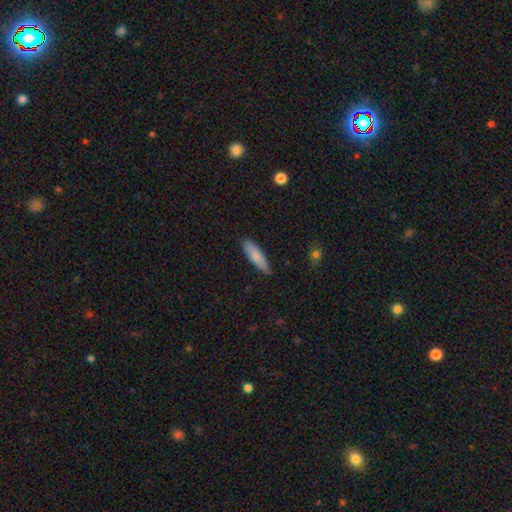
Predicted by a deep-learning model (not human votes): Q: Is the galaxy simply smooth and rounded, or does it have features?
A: smooth — 80%.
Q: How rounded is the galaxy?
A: cigar-shaped — 63%.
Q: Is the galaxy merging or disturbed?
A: none — 81%.